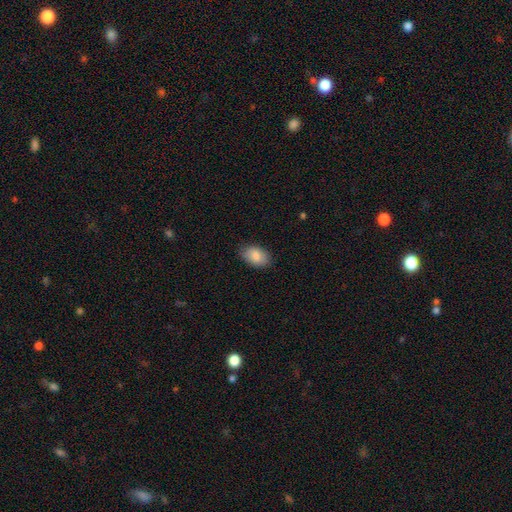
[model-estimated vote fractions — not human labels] Morphology: type=smooth (85%); roundness=in between (89%); merging=none (84%).